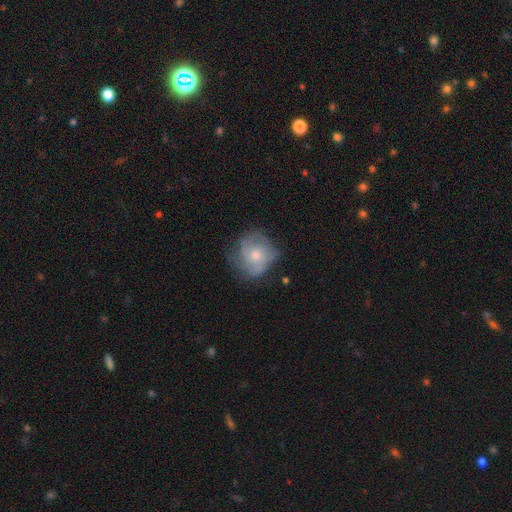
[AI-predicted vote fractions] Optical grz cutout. It shows a featured or disk galaxy (53%) with no bar (80%), spiral arms (74%) and a moderate central bulge (50%). Merging: none (57%).